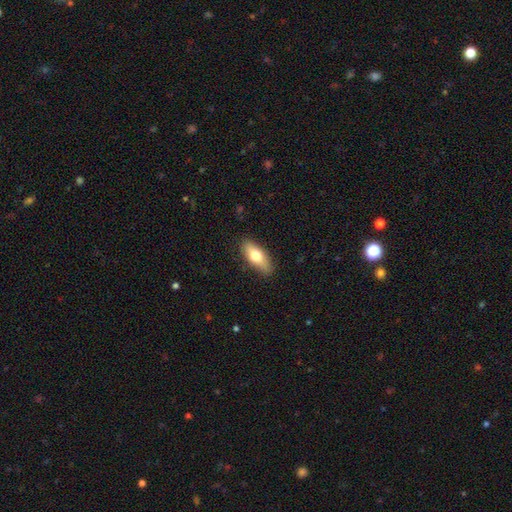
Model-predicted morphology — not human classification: Smooth or featured?
  - smooth: 69% *
  - featured or disk: 25%
  - star or artifact: 6%
How rounded?
  - in between: 75% *
  - cigar-shaped: 22%
  - round: 3%
Merging?
  - none: 85% *
  - minor disturbance: 12%
  - major disturbance: 2%
  - merger: 1%